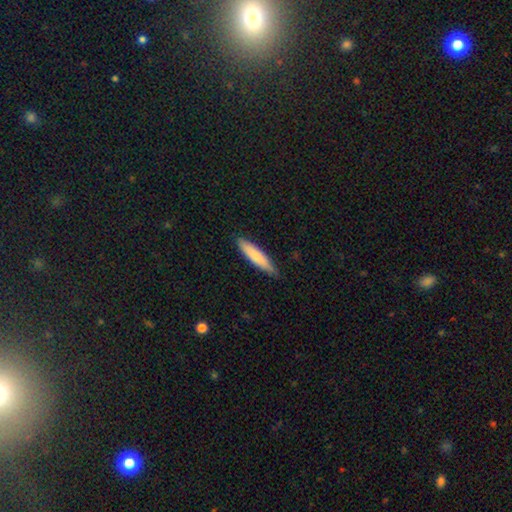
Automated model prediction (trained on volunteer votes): The model was most divided on "smooth or featured": smooth: 77%, featured or disk: 19%, star or artifact: 5%. More confident: merging — none (85%); how rounded — cigar-shaped (81%).